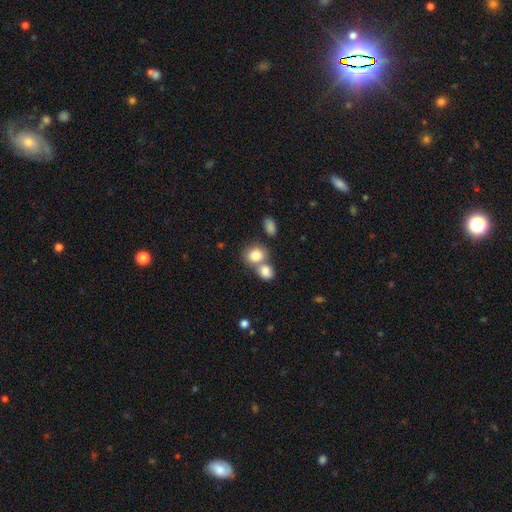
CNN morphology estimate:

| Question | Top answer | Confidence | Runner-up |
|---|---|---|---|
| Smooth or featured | smooth | 82% | featured or disk (10%) |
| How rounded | round | 62% | in between (37%) |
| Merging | merger | 49% | none (40%) |